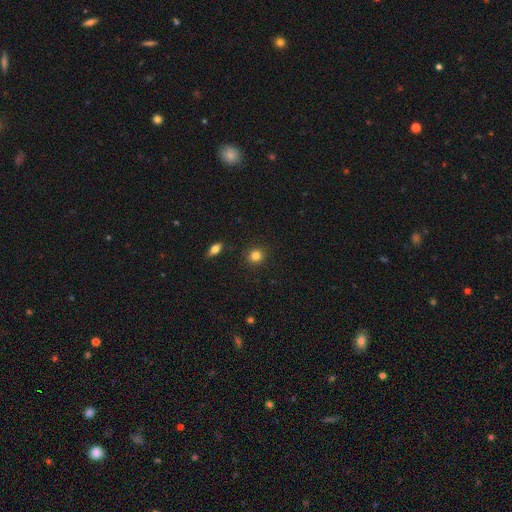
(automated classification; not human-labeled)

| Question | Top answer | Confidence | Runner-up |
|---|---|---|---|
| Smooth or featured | smooth | 83% | star or artifact (11%) |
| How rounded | round | 89% | in between (10%) |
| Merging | none | 91% | minor disturbance (5%) |